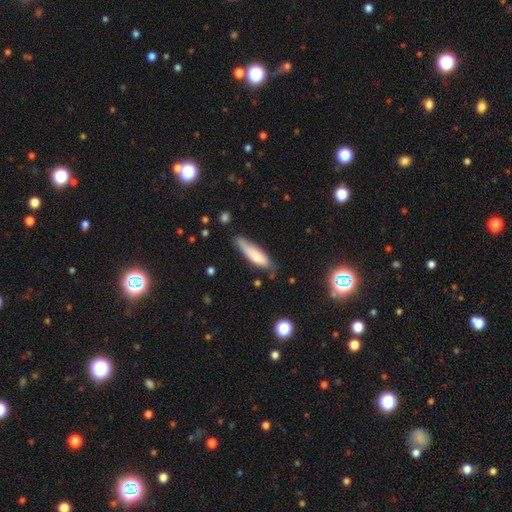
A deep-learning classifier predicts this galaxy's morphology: This is likely a smooth galaxy (72%). How rounded: likely cigar-shaped (65%). Merging: possibly none (60%).